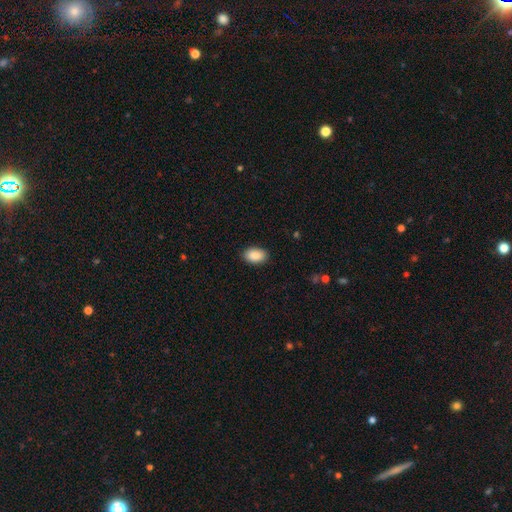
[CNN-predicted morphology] A smooth galaxy with no disk features (90%) that is in between round and cigar-shaped (91%).

Vote fractions:
- Smooth or featured? smooth: 90% / star or artifact: 7% / featured or disk: 4%
- How rounded? in between: 91% / round: 7% / cigar-shaped: 1%
- Merging? none: 89% / minor disturbance: 8% / major disturbance: 2% / merger: 1%